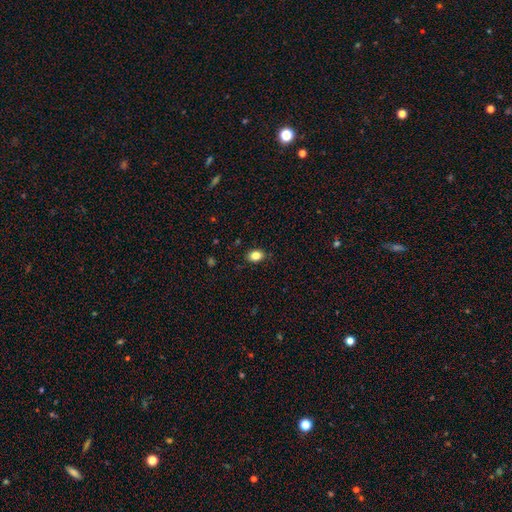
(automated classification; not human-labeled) smooth-or-featured: smooth: 84% | star or artifact: 10% | featured or disk: 6%
  how-rounded: in between: 73% | round: 26% | cigar-shaped: 1%
  merging: none: 87% | minor disturbance: 10% | major disturbance: 2% | merger: 1%